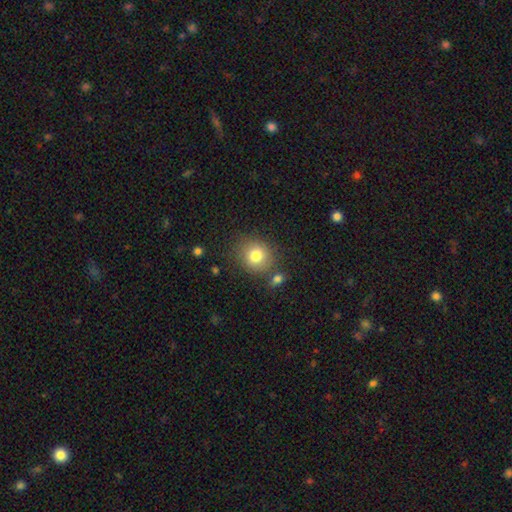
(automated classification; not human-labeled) smooth-or-featured: smooth: 80% | star or artifact: 10% | featured or disk: 9%
  how-rounded: round: 80% | in between: 19% | cigar-shaped: 1%
  merging: none: 76% | minor disturbance: 12% | merger: 8% | major disturbance: 4%